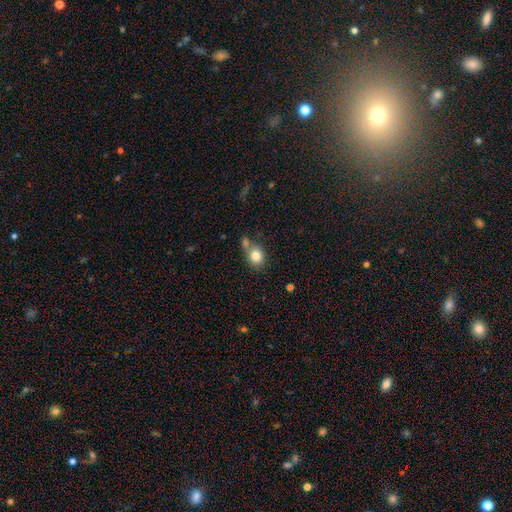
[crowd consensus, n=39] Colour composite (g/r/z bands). It shows a smooth galaxy with no disk features (74%) that is in between round and cigar-shaped (59%). Merging: none (57%).